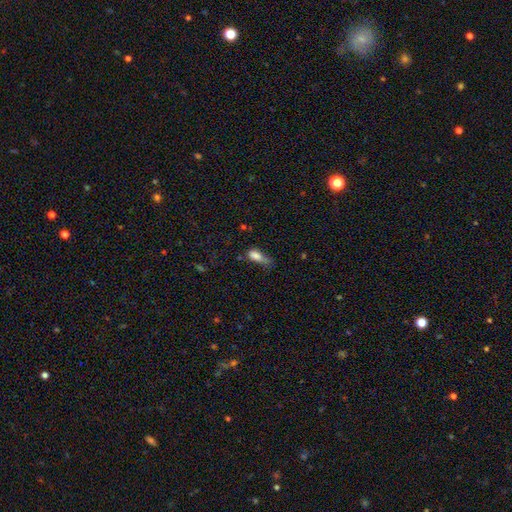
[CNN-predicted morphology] type=smooth (77%); roundness=in between (75%); merging=minor disturbance (34%, tied with major disturbance).